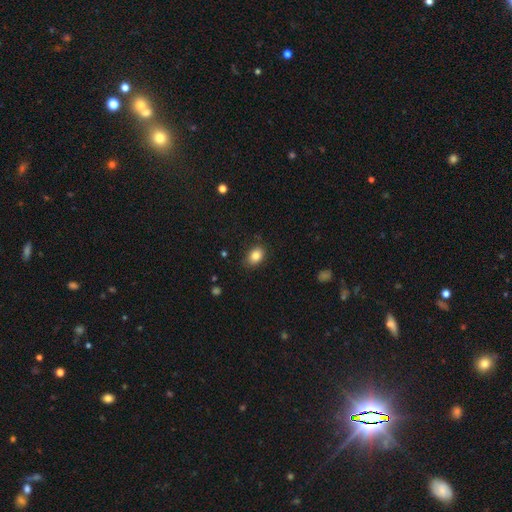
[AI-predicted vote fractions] smooth_or_featured: smooth (p=0.84) [alt: star or artifact p=0.09]
how_rounded: in between (p=0.80) [alt: round p=0.19]
merging: none (p=0.84) [alt: minor disturbance p=0.12]